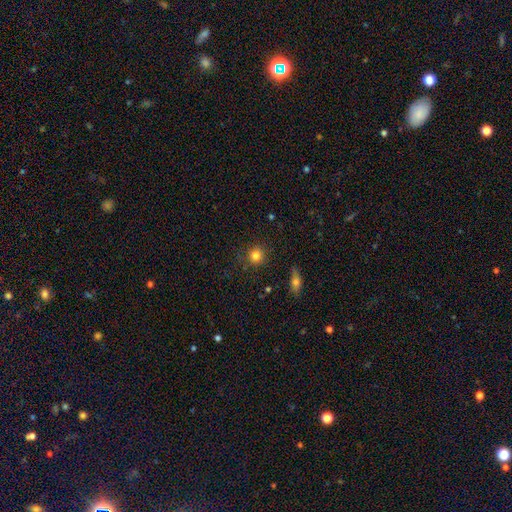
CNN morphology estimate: Overall: smooth (82%). How rounded: round (92%). Merging: none (86%).